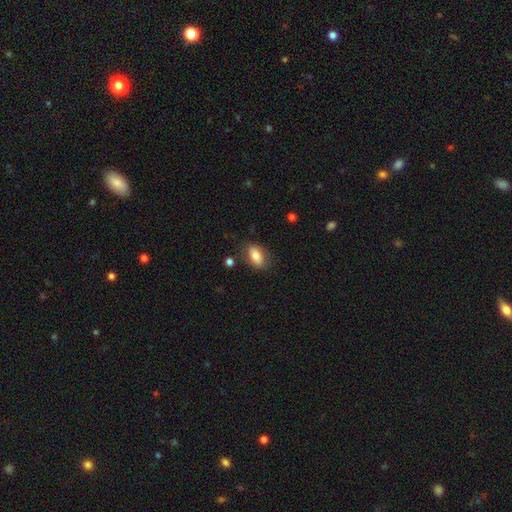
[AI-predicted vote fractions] Morphology: type=smooth (76%); roundness=in between (86%); merging=none (79%).